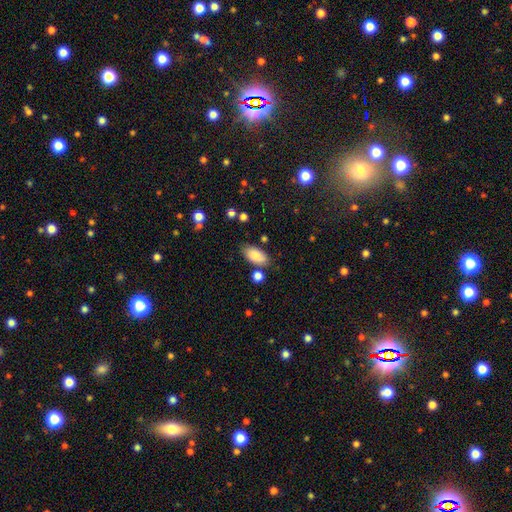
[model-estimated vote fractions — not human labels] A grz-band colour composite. It shows a smooth galaxy with no disk features (87%) that is in between round and cigar-shaped (92%). Merging: none (77%).